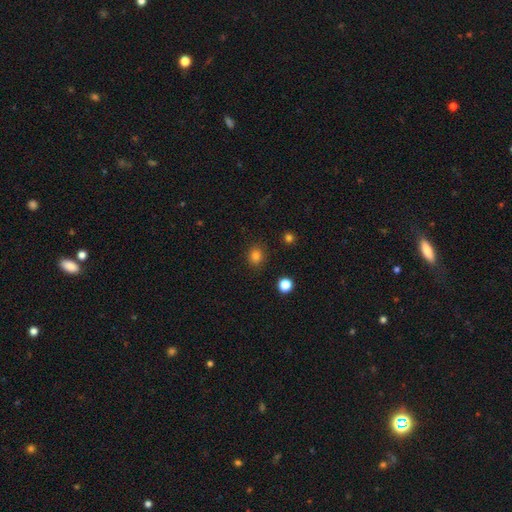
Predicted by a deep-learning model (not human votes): Smooth or featured? Predicted: smooth (p=0.82). How rounded? Predicted: round (p=0.73). Merging? Predicted: none (p=0.88).